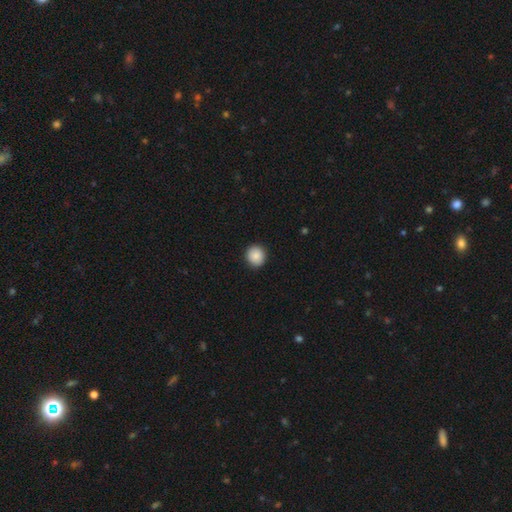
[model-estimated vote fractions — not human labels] This appears to be a smooth galaxy with no disk features (88%) that is round (90%). Merging: none (92%).